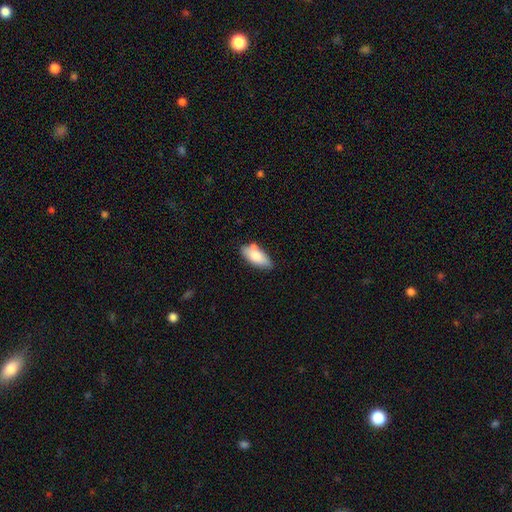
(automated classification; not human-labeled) Smooth or featured: smooth — 75% (featured or disk — 19%)
How rounded: in between — 86% (cigar-shaped — 11%)
Merging: none — 67% (minor disturbance — 19%)